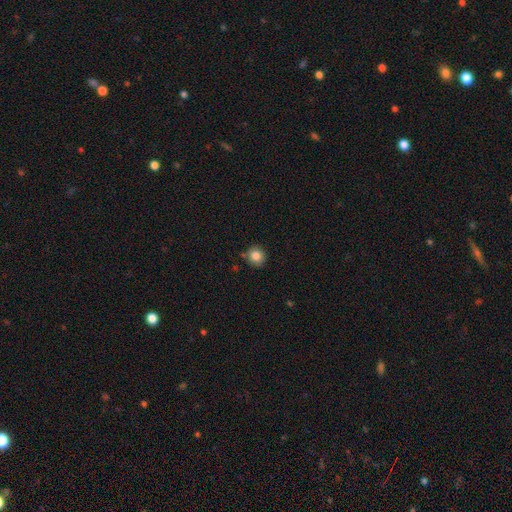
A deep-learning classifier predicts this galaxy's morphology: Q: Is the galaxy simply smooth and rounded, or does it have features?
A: smooth — 84%.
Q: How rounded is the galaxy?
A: round — 91%.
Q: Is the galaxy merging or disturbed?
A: none — 83%.